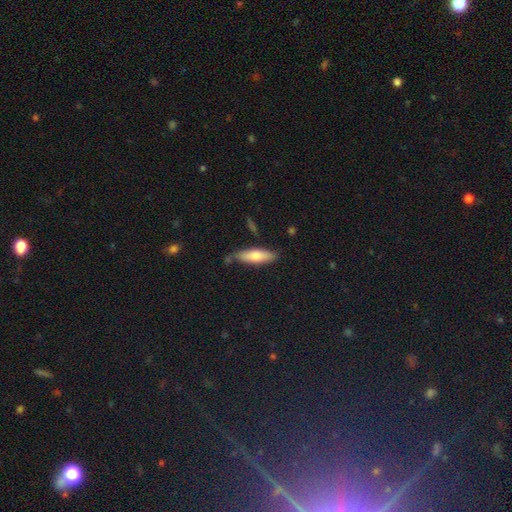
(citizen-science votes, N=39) Smooth or featured? 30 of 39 (77%) said smooth. How rounded? 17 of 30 (57%) said cigar-shaped. Merging? 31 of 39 (79%) said none.